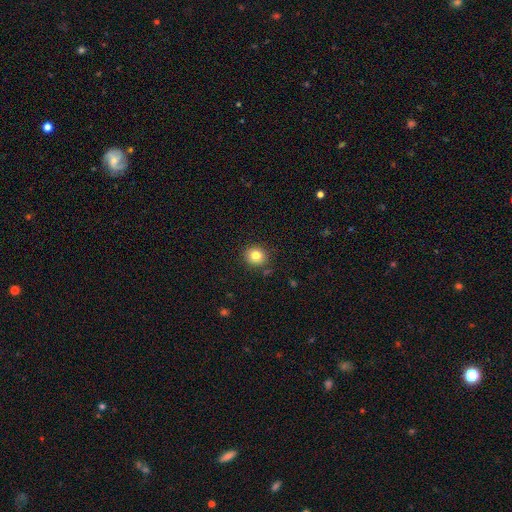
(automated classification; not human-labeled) A smooth galaxy with no disk features (81%) that is round (82%).

Vote fractions:
- Smooth or featured? smooth: 81% / star or artifact: 11% / featured or disk: 8%
- How rounded? round: 82% / in between: 17% / cigar-shaped: 1%
- Merging? none: 88% / minor disturbance: 8% / major disturbance: 2% / merger: 2%